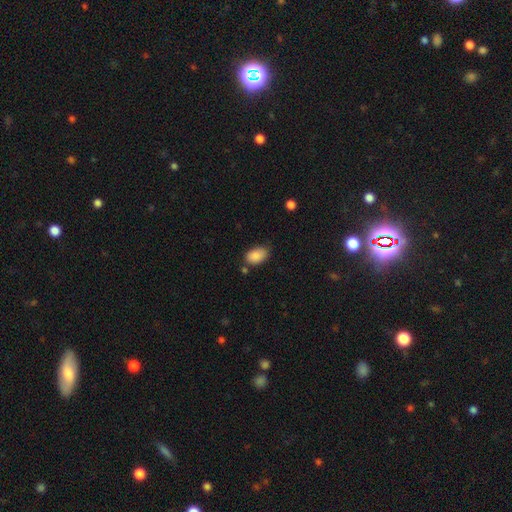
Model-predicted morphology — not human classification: This is clearly a smooth galaxy (87%). How rounded: clearly in between (89%). Merging: likely none (69%).